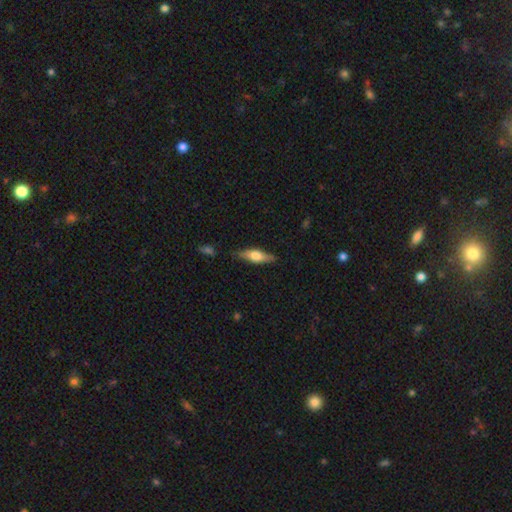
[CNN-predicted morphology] smooth_or_featured: smooth (p=0.50) [alt: featured or disk p=0.44]
how_rounded: cigar-shaped (p=0.54) [alt: in between p=0.43]
merging: none (p=0.81) [alt: minor disturbance p=0.14]